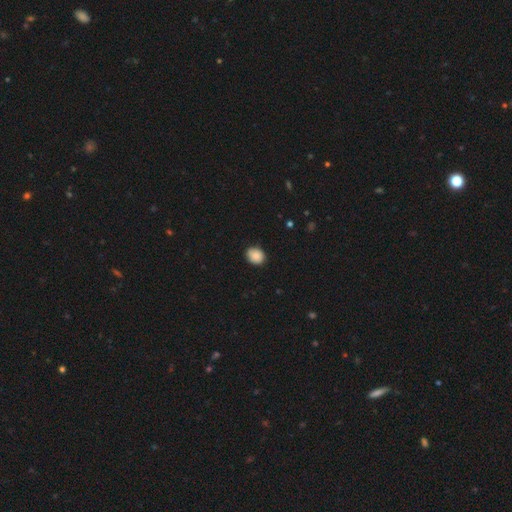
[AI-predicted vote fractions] A smooth galaxy with no disk features (87%) that is round (61%). Merging: none (84%).